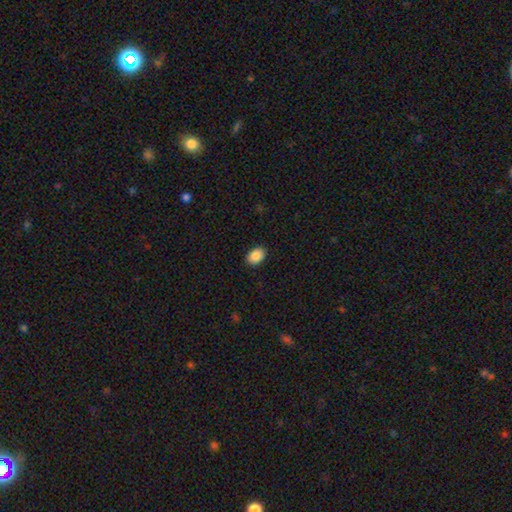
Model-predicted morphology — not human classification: Smooth or featured? smooth (89%)
How rounded? in between (81%)
Merging? none (89%)